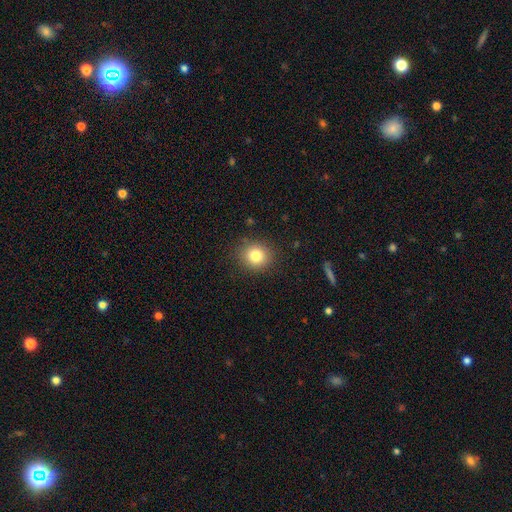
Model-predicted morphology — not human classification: A smooth galaxy with no disk features (81%) that is round (81%).

Vote fractions:
- Smooth or featured? smooth: 81% / star or artifact: 11% / featured or disk: 8%
- How rounded? round: 81% / in between: 18% / cigar-shaped: 1%
- Merging? none: 88% / minor disturbance: 8% / major disturbance: 3% / merger: 1%